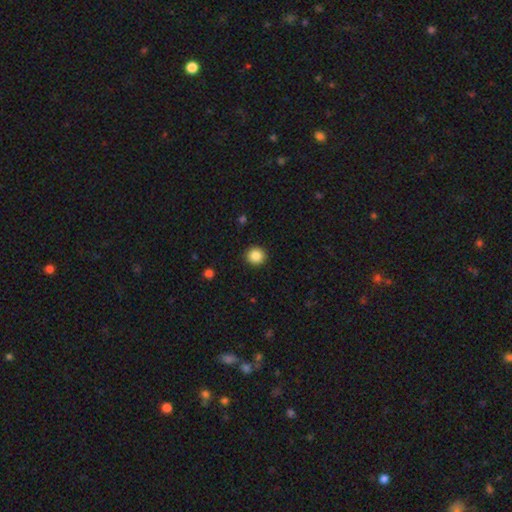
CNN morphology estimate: type=smooth (86%); roundness=round (92%); merging=none (92%).